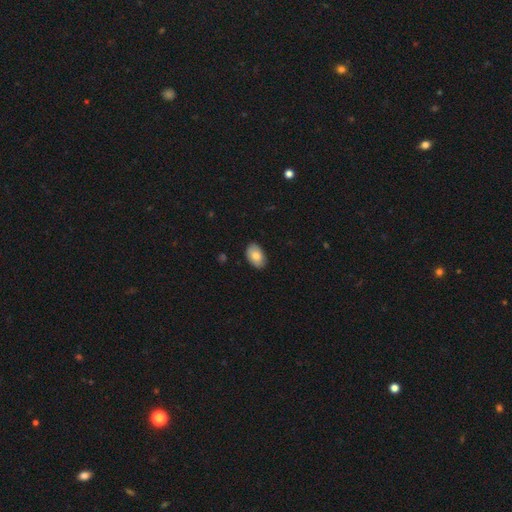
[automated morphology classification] Smooth or featured? smooth (82%)
How rounded? in between (92%)
Merging? none (87%)